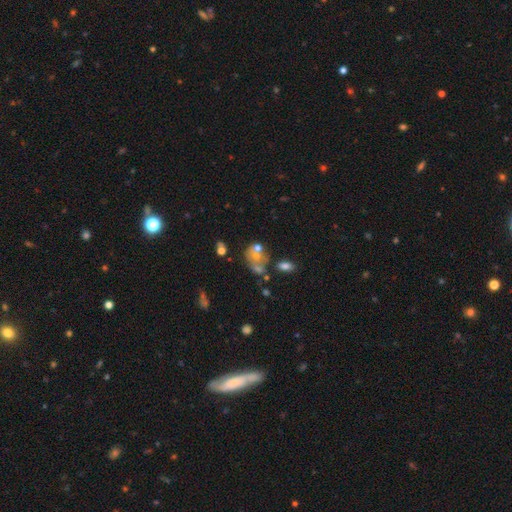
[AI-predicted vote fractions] Smooth or featured?
  - smooth: 40% *
  - featured or disk: 36%
  - star or artifact: 24%
Merging?
  - none: 38% *
  - merger: 31%
  - minor disturbance: 16%
  - major disturbance: 16%